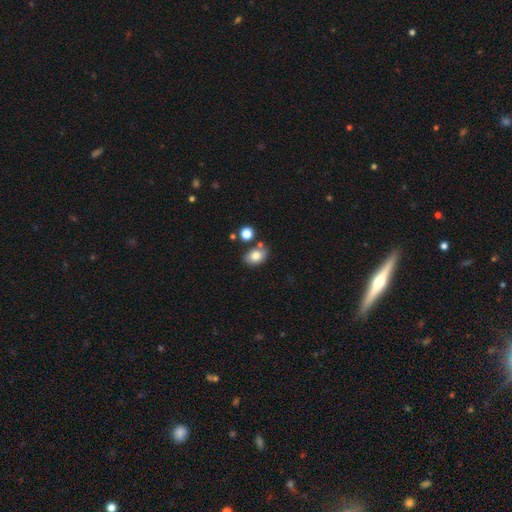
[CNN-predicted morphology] type=smooth (81%); roundness=in between (74%); merging=none (69%).